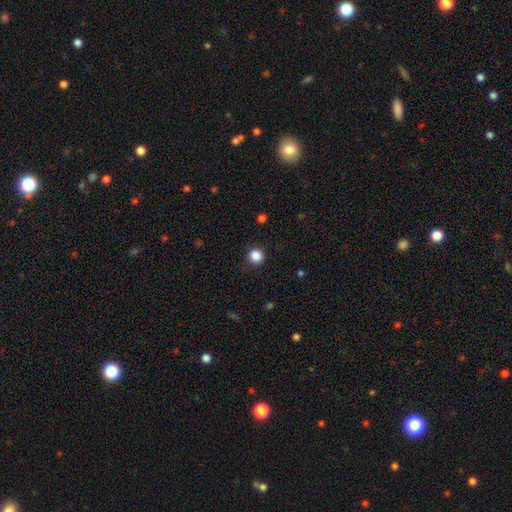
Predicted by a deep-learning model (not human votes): Morphology: type=smooth (86%); roundness=round (94%); merging=none (89%).